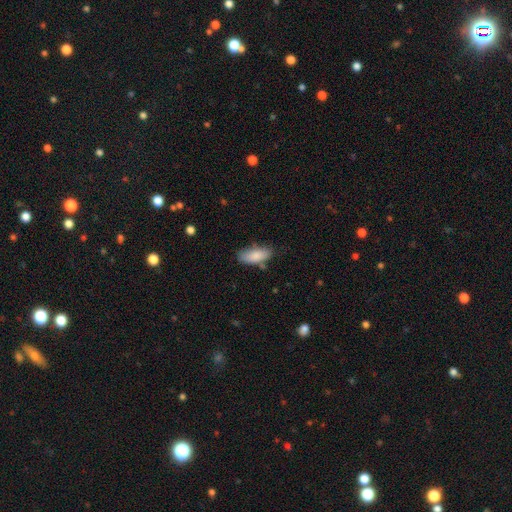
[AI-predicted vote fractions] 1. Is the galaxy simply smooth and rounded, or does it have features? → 85% smooth, 8% featured or disk, 7% star or artifact.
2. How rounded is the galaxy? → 84% in between, 13% cigar-shaped, 2% round.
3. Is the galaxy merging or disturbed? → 67% none, 23% minor disturbance, 5% major disturbance, 4% merger.